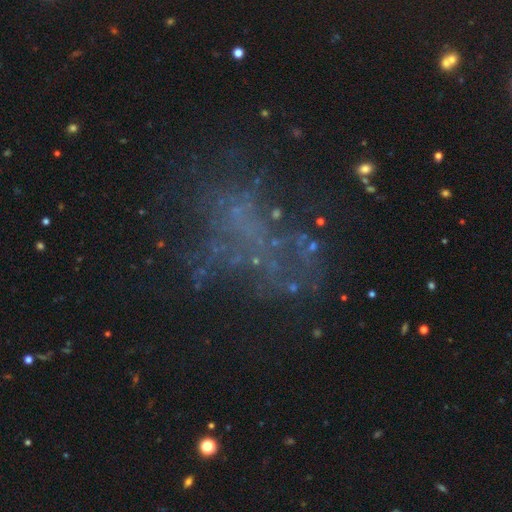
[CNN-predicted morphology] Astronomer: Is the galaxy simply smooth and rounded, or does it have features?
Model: featured or disk — 42% (runner-up: star or artifact, 38%).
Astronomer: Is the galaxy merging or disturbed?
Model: none — 51% (runner-up: major disturbance, 28%).